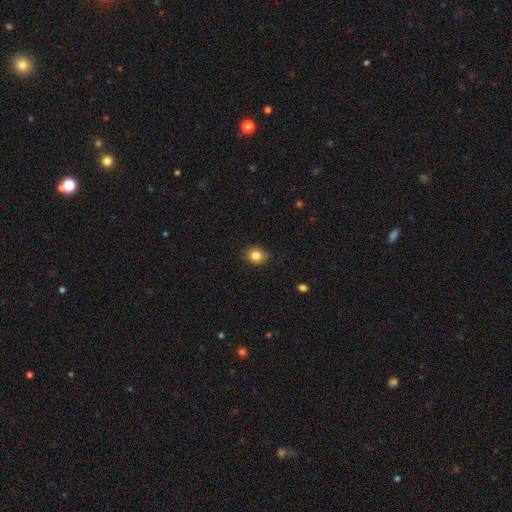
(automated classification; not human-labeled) Smooth or featured? Predicted: smooth (p=0.84). How rounded? Predicted: round (p=0.74). Merging? Predicted: none (p=0.80).